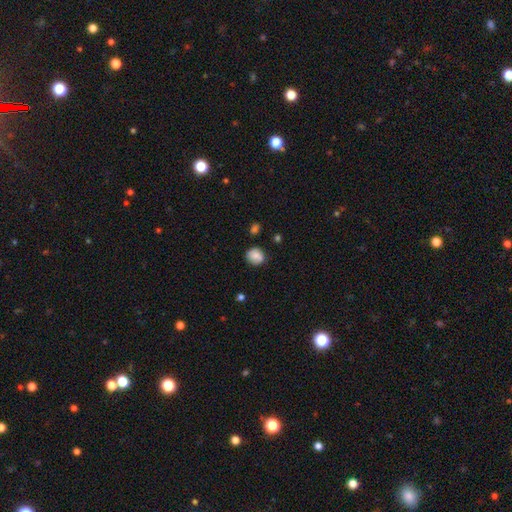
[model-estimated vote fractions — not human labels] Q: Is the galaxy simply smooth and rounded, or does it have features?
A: smooth — 82%.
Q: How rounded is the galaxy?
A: round — 79%.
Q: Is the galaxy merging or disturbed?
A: none — 78%.